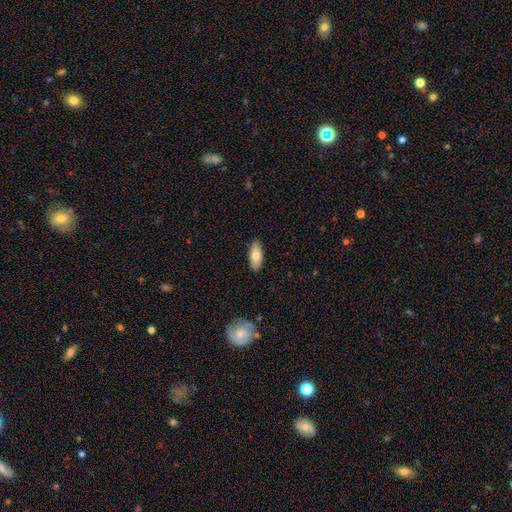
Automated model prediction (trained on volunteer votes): smooth 77%, featured or disk 17%, star or artifact 6%. Down the decision tree: how rounded — in between (80%); merging — none (88%).